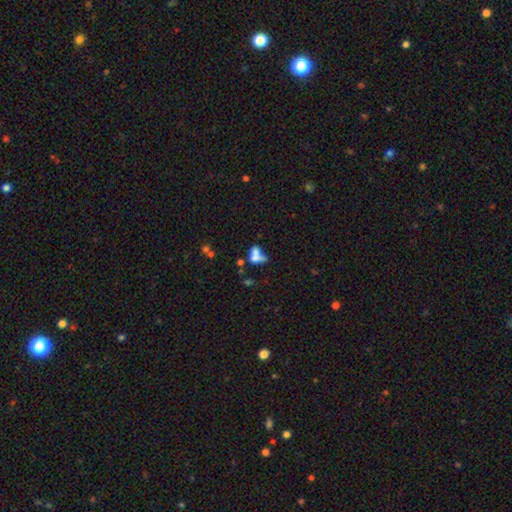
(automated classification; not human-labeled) Smooth or featured: smooth — 60% (featured or disk — 27%)
How rounded: in between — 67% (round — 23%)
Merging: merger — 55% (none — 21%)